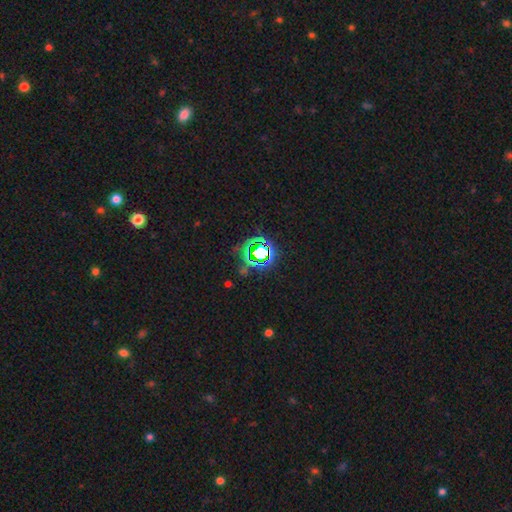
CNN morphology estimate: star or artifact 76%, smooth 14%, featured or disk 10%.